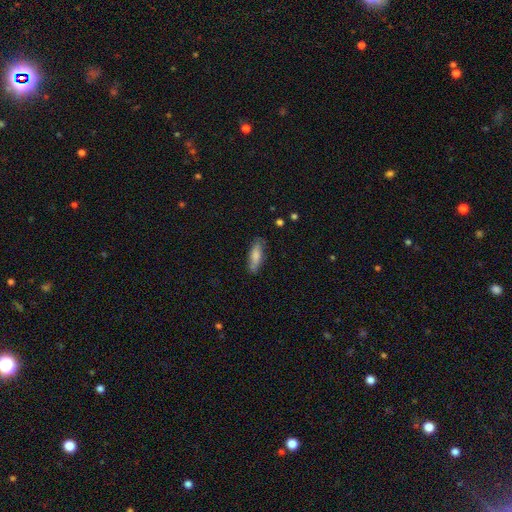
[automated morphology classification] smooth 76%, featured or disk 18%, star or artifact 6%. Down the decision tree: how rounded — cigar-shaped (50%); merging — none (79%).